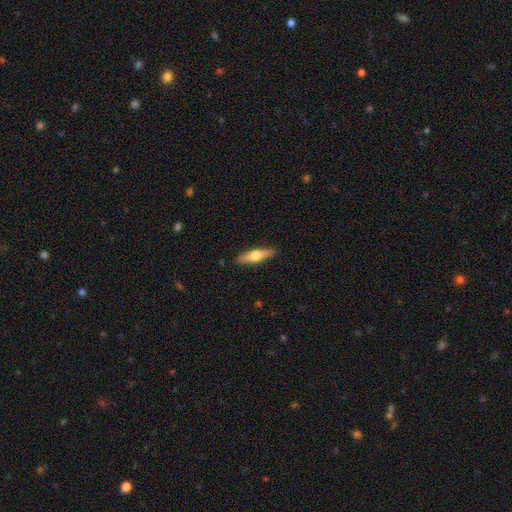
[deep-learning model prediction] This is possibly a featured or disk galaxy (59%). It is clearly viewed edge-on (95%). Edge-on bulge: clearly rounded (96%). Merging: clearly none (90%).